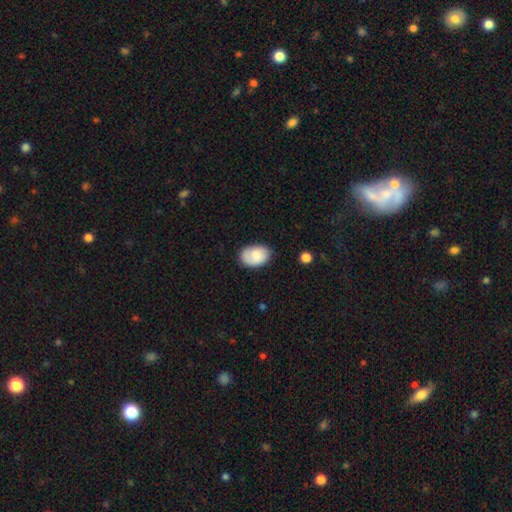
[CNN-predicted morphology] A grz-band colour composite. It shows a smooth galaxy with no disk features (71%) that is in between round and cigar-shaped (83%). Merging: none (72%).